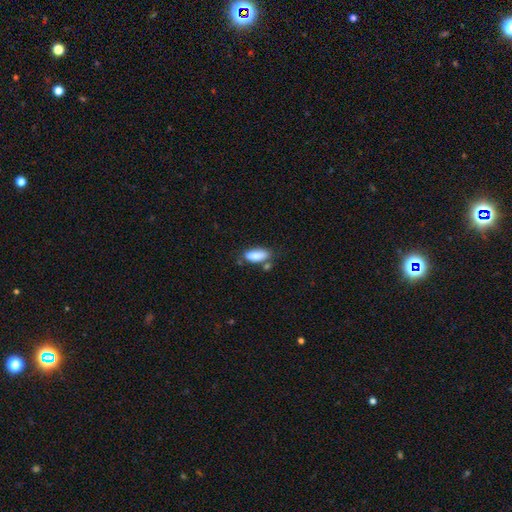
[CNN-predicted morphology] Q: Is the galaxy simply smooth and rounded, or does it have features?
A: smooth — 85%.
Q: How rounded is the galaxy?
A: in between — 74%.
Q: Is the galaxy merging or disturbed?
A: none — 66%.